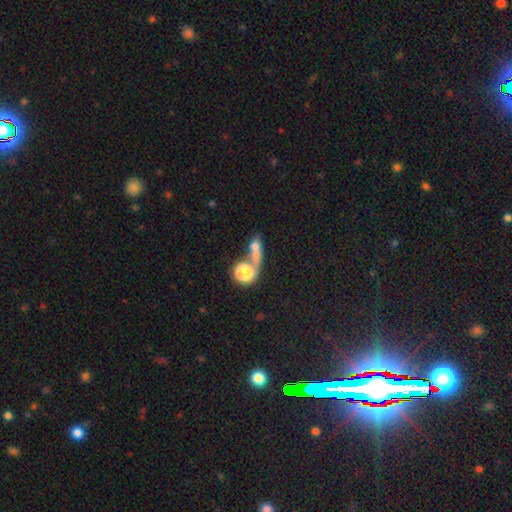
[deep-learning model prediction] A smooth galaxy with no disk features (56%) that is round (43%). Merging: none (42%).